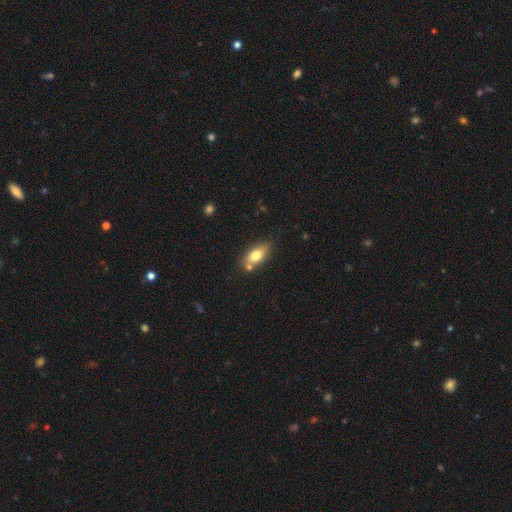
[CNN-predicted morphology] smooth-or-featured: smooth: 75% | featured or disk: 18% | star or artifact: 8%
  how-rounded: in between: 83% | cigar-shaped: 12% | round: 5%
  merging: none: 70% | minor disturbance: 15% | merger: 12% | major disturbance: 3%